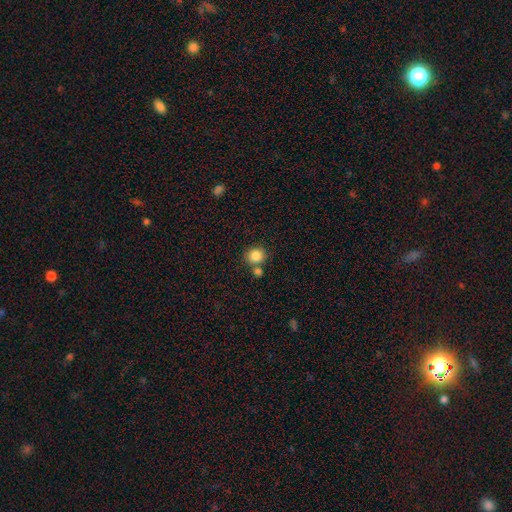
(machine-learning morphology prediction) Q: Smooth or featured?
A: smooth (85%); runner-up: star or artifact (9%)
Q: How rounded?
A: round (86%); runner-up: in between (14%)
Q: Merging?
A: none (64%); runner-up: merger (24%)